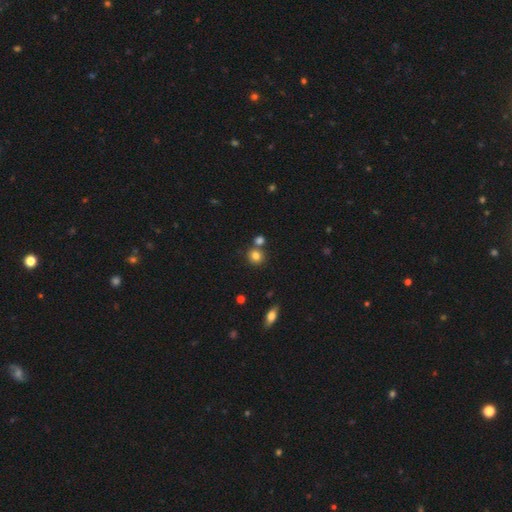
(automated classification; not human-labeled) The model was most divided on "merging": none: 70%, merger: 19%, minor disturbance: 9%, major disturbance: 3%. More confident: how rounded — round (86%); smooth or featured — smooth (81%).